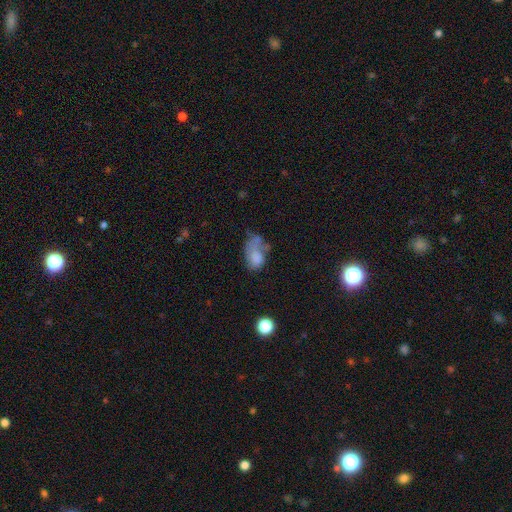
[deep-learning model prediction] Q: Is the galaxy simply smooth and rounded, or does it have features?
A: smooth — 59%.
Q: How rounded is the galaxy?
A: in between — 86%.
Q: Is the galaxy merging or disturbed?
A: major disturbance — 39%.